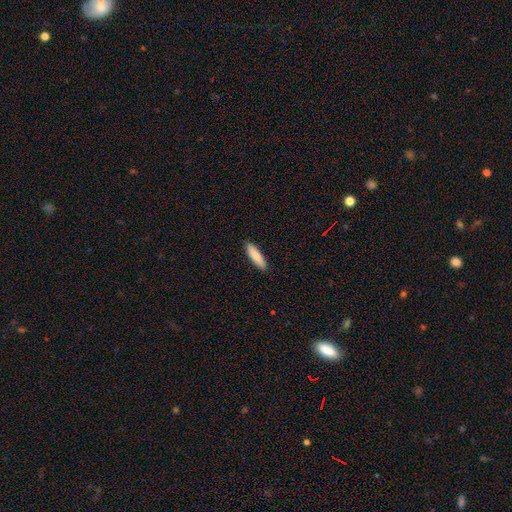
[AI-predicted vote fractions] Overall: smooth (85%). How rounded: cigar-shaped (68%; in between 30%). Merging: none (91%).